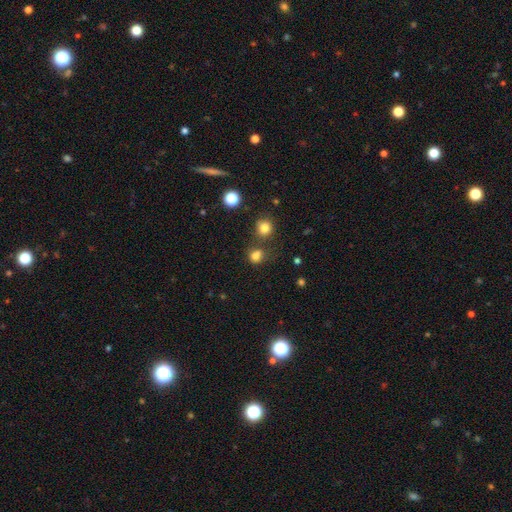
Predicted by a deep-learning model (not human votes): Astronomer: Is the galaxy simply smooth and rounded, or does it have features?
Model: smooth — 77%.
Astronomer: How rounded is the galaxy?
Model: round — 71%.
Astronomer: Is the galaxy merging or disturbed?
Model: none — 58%.